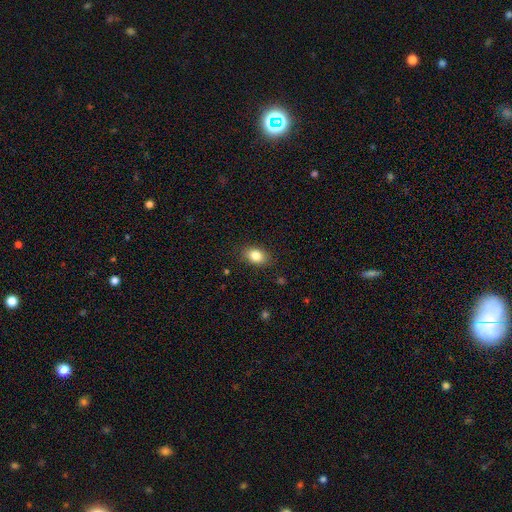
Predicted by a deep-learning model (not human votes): A smooth galaxy with no disk features (84%) that is in between round and cigar-shaped (79%). Merging: none (87%).